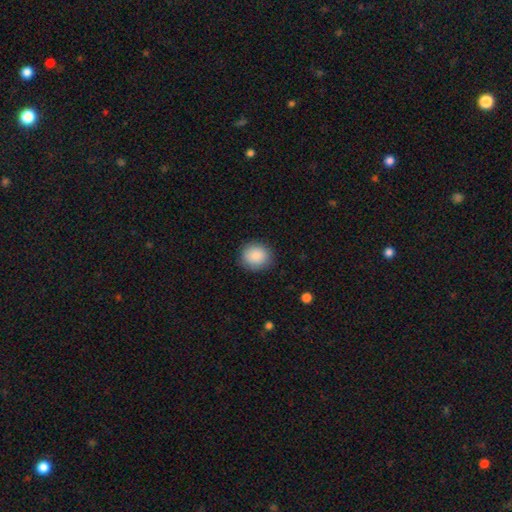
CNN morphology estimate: The model was most divided on "how rounded": round: 77%, in between: 22%, cigar-shaped: 1%. More confident: smooth or featured — smooth (88%); merging — none (87%).